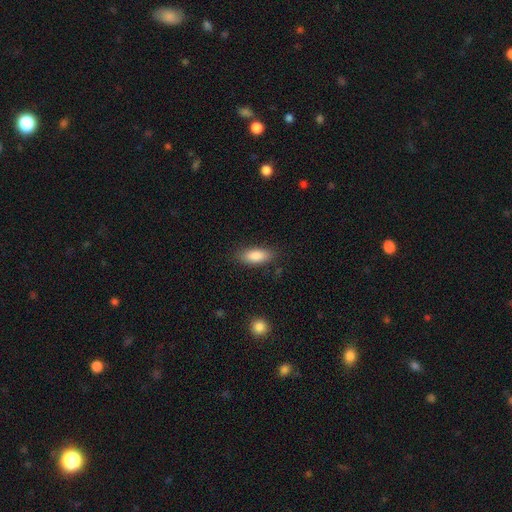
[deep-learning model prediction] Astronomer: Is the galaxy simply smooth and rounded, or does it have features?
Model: smooth — 85%.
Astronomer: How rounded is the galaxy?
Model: in between — 80%.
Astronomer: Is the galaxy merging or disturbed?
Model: none — 84%.